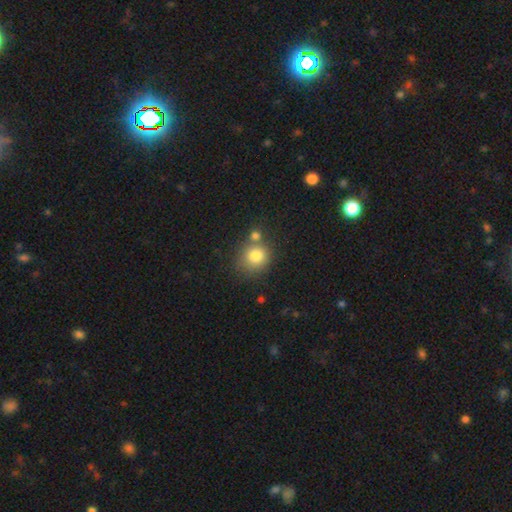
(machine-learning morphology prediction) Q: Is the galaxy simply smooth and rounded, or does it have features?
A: smooth — 81%.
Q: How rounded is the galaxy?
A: round — 78%.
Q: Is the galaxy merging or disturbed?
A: none — 57%.